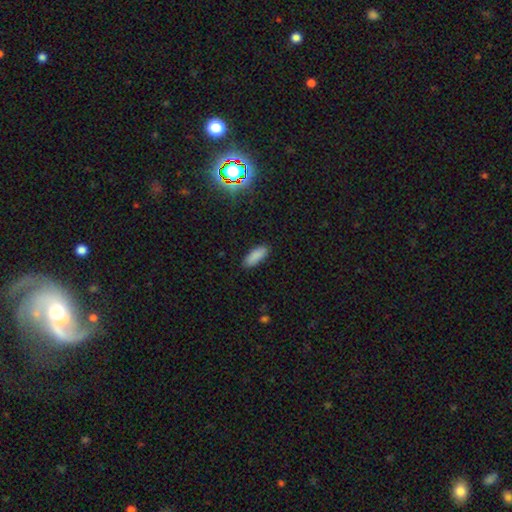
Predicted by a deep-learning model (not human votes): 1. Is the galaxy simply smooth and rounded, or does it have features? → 87% smooth, 8% star or artifact, 4% featured or disk.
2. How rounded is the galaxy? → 71% in between, 27% cigar-shaped, 2% round.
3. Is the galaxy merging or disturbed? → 88% none, 9% minor disturbance, 2% major disturbance, 1% merger.